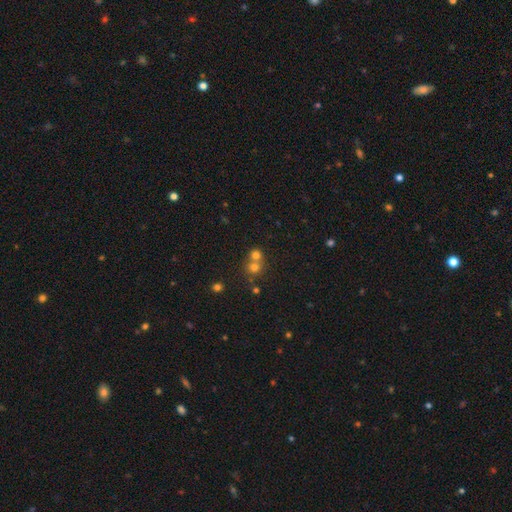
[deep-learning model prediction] Smooth or featured? Predicted: smooth (p=0.71). How rounded? Predicted: round (p=0.86). Merging? Predicted: merger (p=0.51).